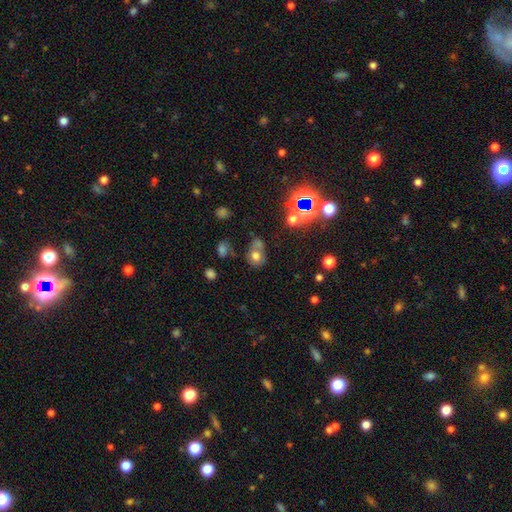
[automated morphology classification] This appears to be a smooth galaxy with no disk features (64%) that is round (52%). Merging: none (41%).